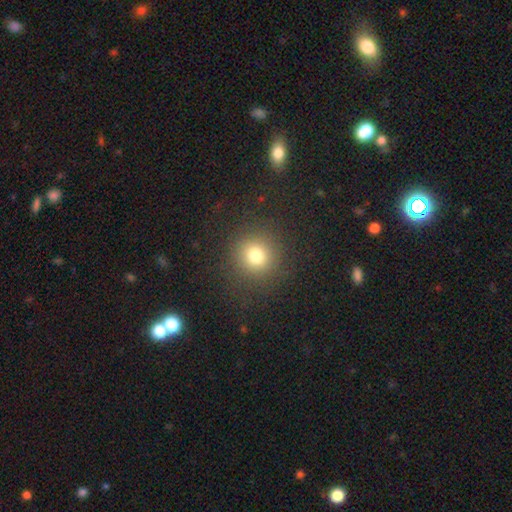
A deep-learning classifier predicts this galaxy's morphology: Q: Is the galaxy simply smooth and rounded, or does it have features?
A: smooth — 76%.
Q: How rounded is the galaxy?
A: round — 92%.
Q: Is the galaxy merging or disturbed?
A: none — 88%.